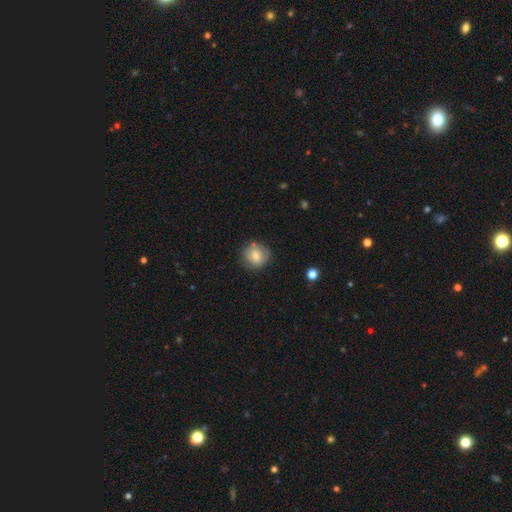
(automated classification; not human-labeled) smooth-or-featured: smooth: 70% | featured or disk: 22% | star or artifact: 9%
  how-rounded: round: 81% | in between: 18% | cigar-shaped: 1%
  merging: none: 74% | minor disturbance: 18% | major disturbance: 5% | merger: 3%